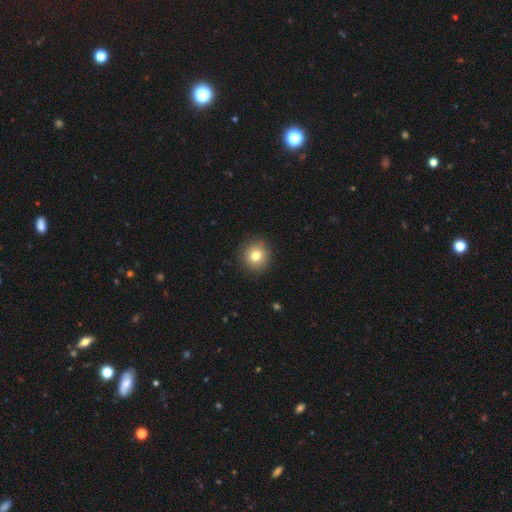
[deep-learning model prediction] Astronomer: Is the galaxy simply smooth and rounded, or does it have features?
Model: smooth — 79%.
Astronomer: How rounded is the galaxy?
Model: round — 93%.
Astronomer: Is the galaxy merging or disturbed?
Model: none — 90%.